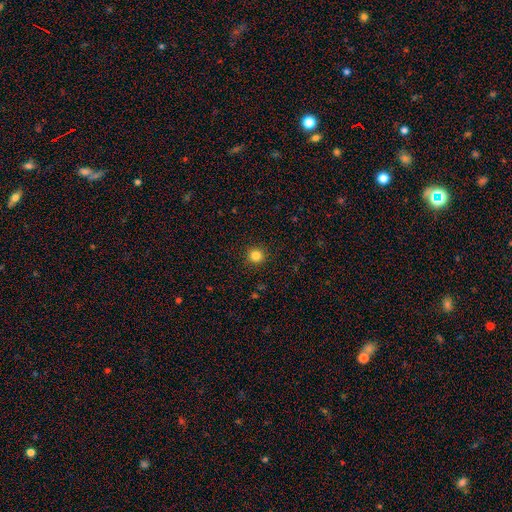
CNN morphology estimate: This is clearly a smooth galaxy (83%). How rounded: clearly round (95%). Merging: clearly none (93%).